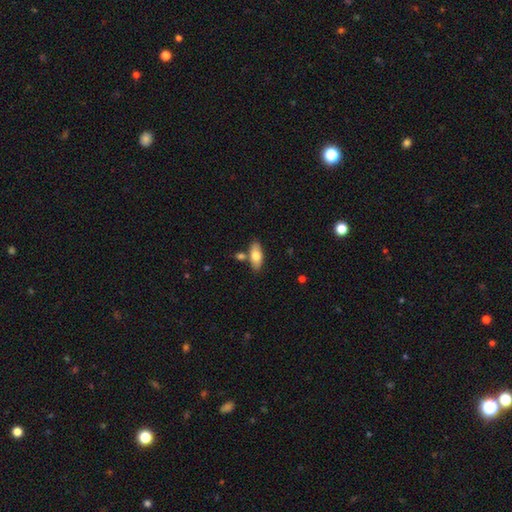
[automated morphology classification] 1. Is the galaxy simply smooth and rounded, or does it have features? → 73% smooth, 21% featured or disk, 6% star or artifact.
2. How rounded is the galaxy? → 84% in between, 13% cigar-shaped, 3% round.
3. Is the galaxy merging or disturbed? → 74% none, 12% minor disturbance, 11% merger, 3% major disturbance.